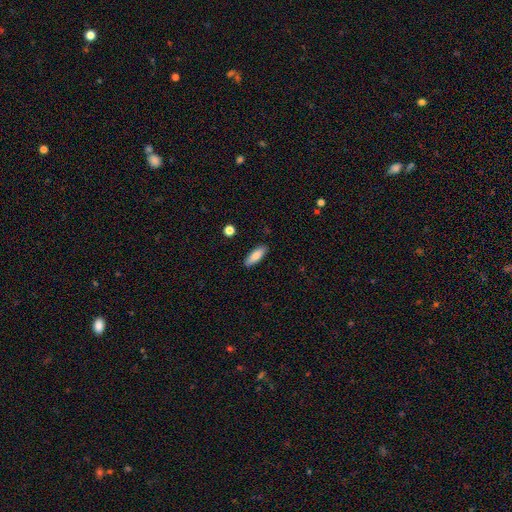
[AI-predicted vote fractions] Morphology: type=smooth (82%); roundness=in between (59%); merging=none (88%).